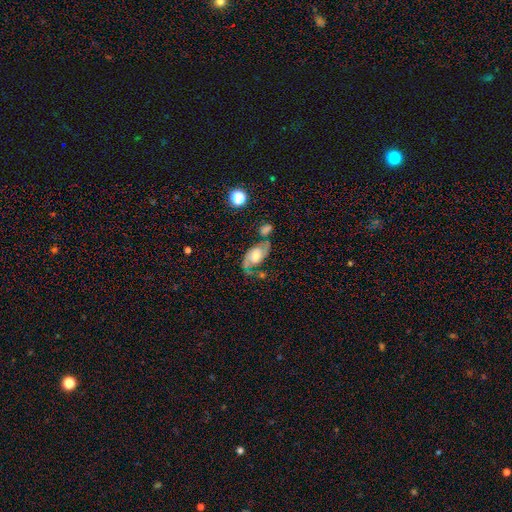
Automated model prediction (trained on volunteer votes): Morphology: type=featured or disk (77%); edge-on=no (96%); bar=no (62%); spiral arms=yes (92%); winding=medium (49%); arm count=2 (89%); bulge=moderate (61%); merging=none (55%).